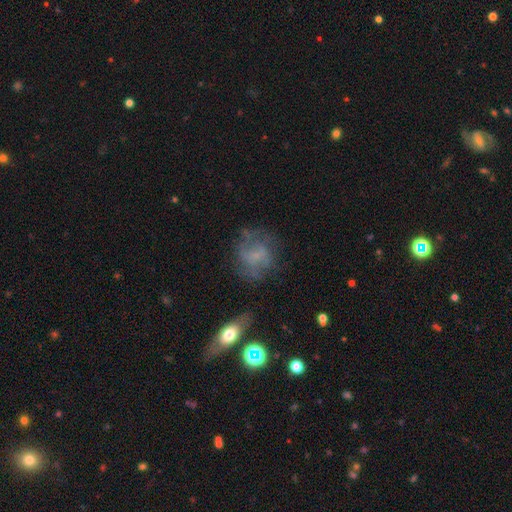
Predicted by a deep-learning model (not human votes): Q: Smooth or featured?
A: smooth (45%); runner-up: featured or disk (42%)
Q: Merging?
A: none (57%); runner-up: minor disturbance (22%)